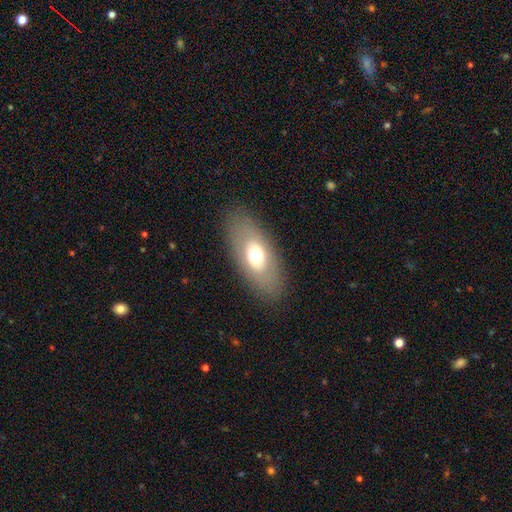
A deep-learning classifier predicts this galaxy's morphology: A smooth galaxy with no disk features (59%) that is in between round and cigar-shaped (88%).

Vote fractions:
- Smooth or featured? smooth: 59% / featured or disk: 33% / star or artifact: 8%
- How rounded? in between: 88% / cigar-shaped: 7% / round: 5%
- Merging? none: 84% / minor disturbance: 10% / major disturbance: 5% / merger: 1%